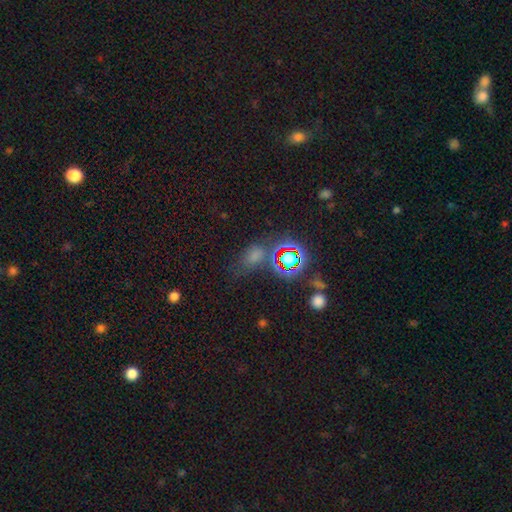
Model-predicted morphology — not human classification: smooth 50%, star or artifact 40%, featured or disk 10%. Down the decision tree: merging — none (59%).